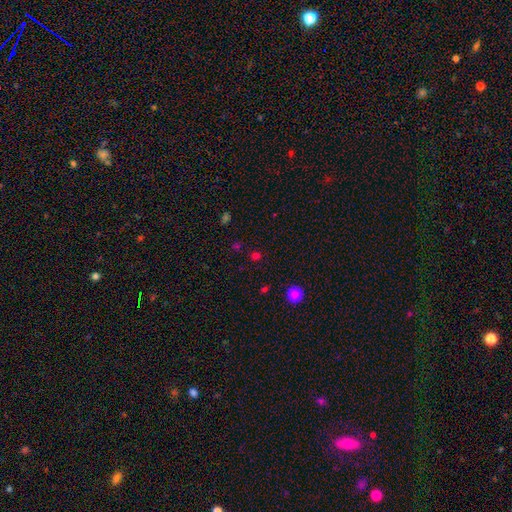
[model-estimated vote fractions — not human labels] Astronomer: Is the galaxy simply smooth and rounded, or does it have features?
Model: smooth — 58% (runner-up: star or artifact, 38%).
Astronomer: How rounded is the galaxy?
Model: round — 87%.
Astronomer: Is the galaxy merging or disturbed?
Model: none — 86%.